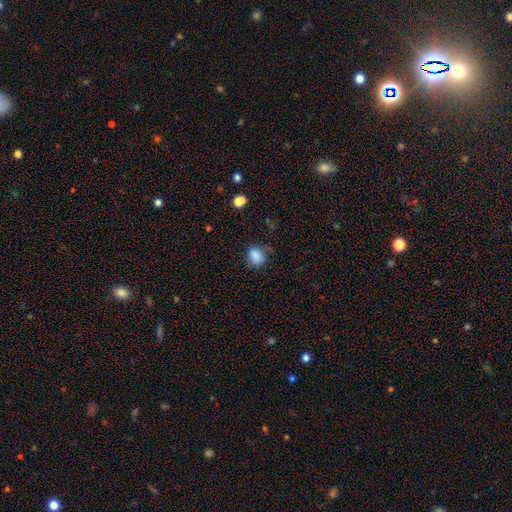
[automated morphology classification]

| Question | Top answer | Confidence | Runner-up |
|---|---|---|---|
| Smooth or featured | smooth | 85% | star or artifact (10%) |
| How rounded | round | 60% | in between (39%) |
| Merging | none | 64% | minor disturbance (25%) |